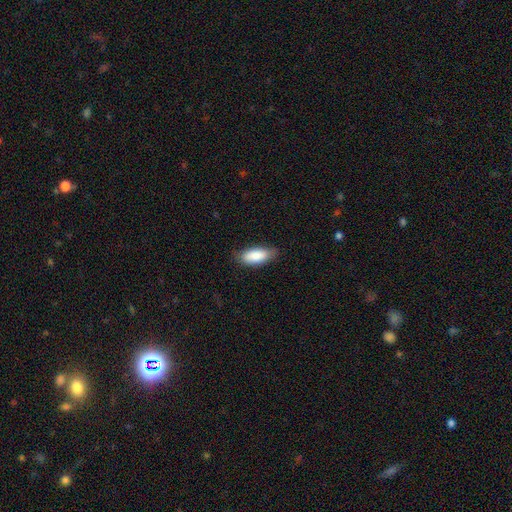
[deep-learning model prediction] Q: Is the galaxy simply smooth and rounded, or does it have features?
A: smooth — 85%.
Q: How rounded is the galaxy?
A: in between — 83%.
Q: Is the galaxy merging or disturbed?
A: none — 78%.